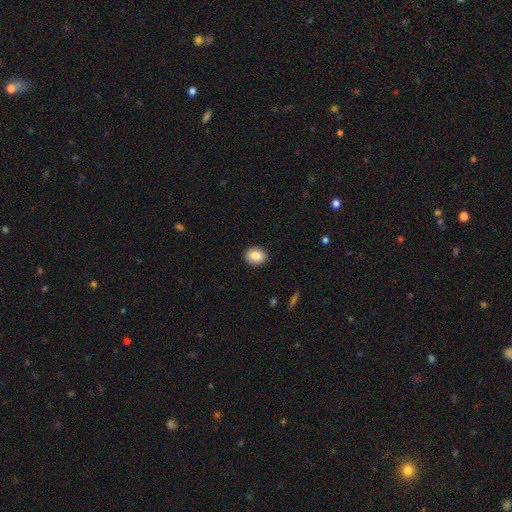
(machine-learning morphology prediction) Overall: smooth (87%). How rounded: in between (58%; round 41%). Merging: none (90%).